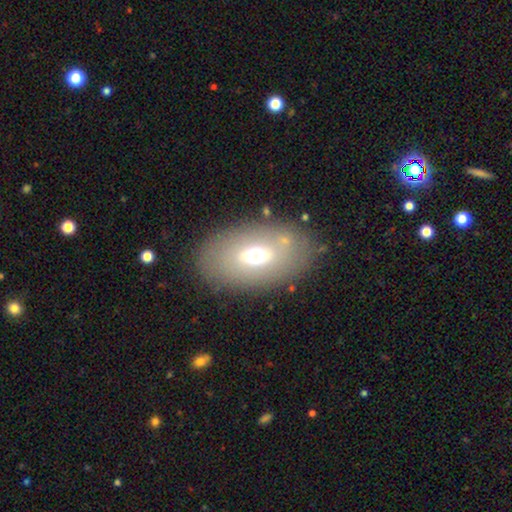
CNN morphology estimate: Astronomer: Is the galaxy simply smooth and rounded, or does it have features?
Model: smooth — 57% (runner-up: featured or disk, 32%).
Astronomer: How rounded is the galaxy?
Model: in between — 88%.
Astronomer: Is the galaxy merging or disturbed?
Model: none — 80%.